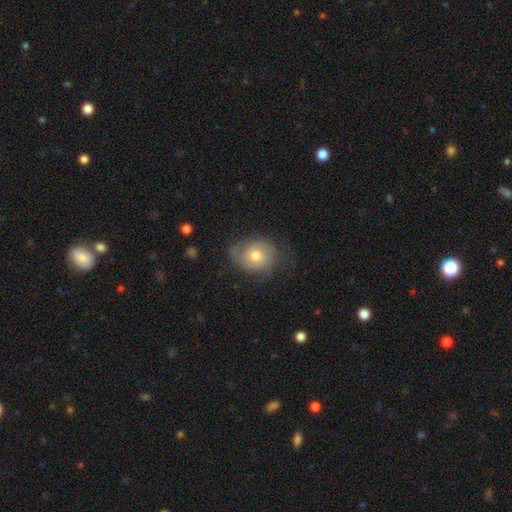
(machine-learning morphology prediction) Smooth or featured? featured or disk (47%)
Merging? none (59%)